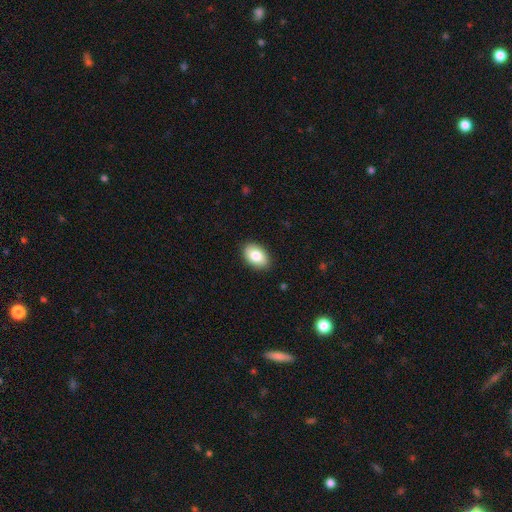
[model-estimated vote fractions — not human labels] Morphology: type=smooth (84%); roundness=in between (90%); merging=none (89%).